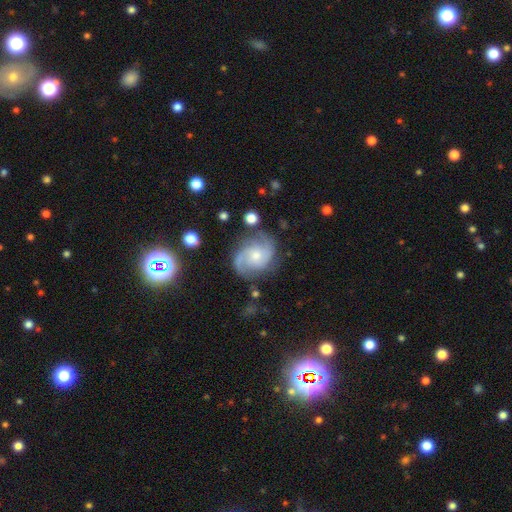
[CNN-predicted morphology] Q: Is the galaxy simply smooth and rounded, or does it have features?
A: featured or disk — 84%.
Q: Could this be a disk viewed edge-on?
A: no — 98%.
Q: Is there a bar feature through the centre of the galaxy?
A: no — 66%.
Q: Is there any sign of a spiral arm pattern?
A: yes — 97%.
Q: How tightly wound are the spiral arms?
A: medium — 50%.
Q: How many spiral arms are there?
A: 2 — 59%.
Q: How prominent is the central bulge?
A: small — 47%.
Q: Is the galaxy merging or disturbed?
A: none — 71%.